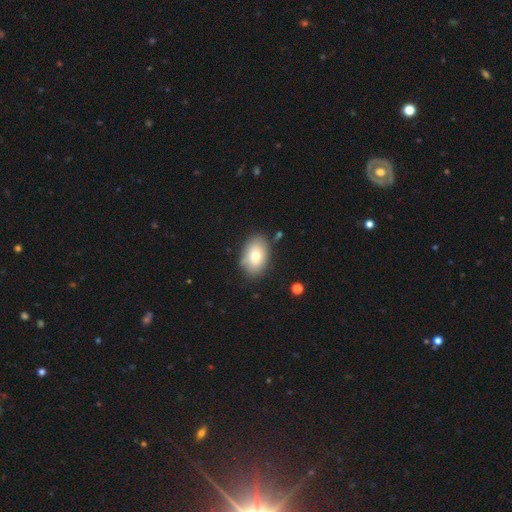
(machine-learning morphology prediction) This appears to be a smooth galaxy with no disk features (72%) that is in between round and cigar-shaped (85%). Merging: none (79%).